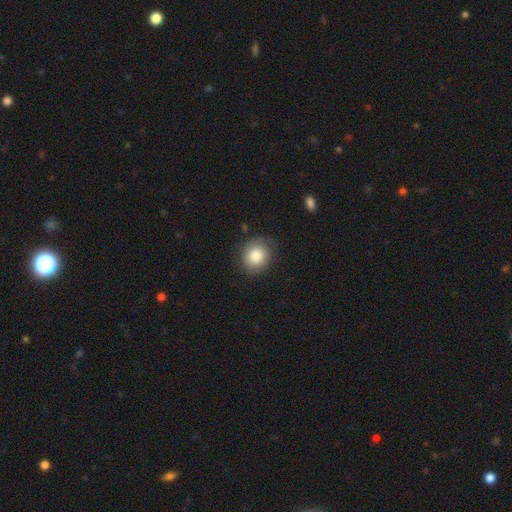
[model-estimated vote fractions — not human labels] Smooth or featured: smooth — 84% (star or artifact — 8%)
How rounded: round — 77% (in between — 22%)
Merging: none — 81% (minor disturbance — 14%)